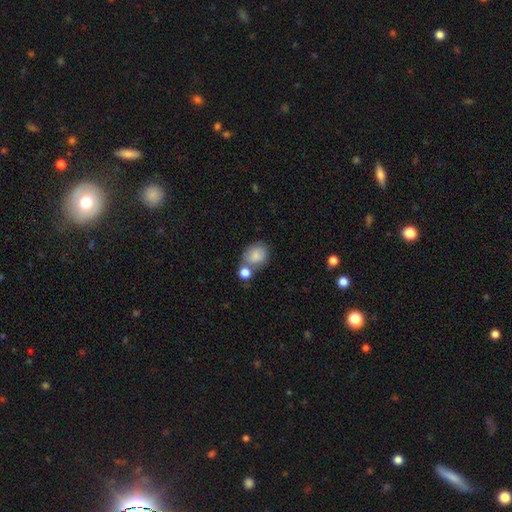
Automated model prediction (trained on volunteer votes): Q: Smooth or featured?
A: smooth (82%); runner-up: featured or disk (9%)
Q: How rounded?
A: round (52%); runner-up: in between (47%)
Q: Merging?
A: none (51%); runner-up: merger (27%)